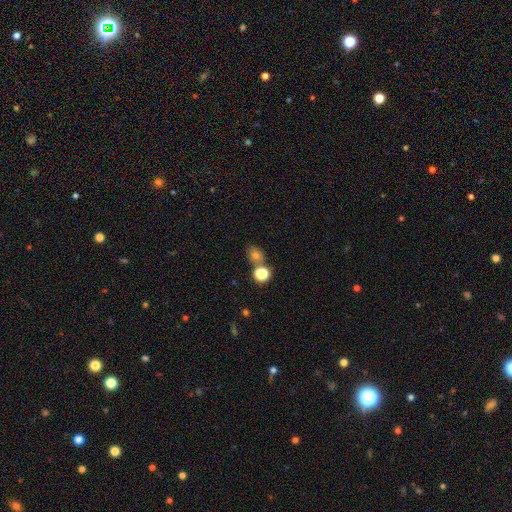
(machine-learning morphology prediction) type=smooth (73%); roundness=round (56%); merging=none (58%).